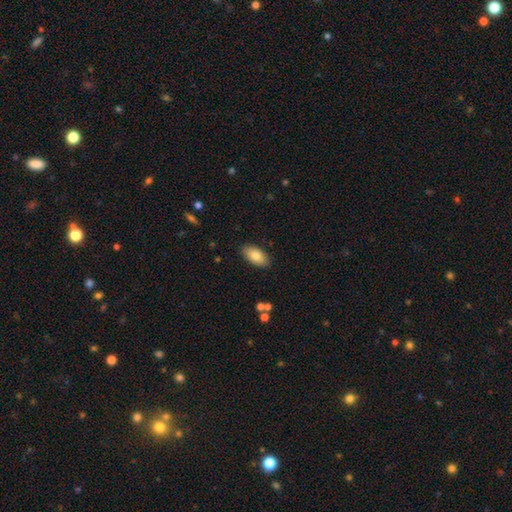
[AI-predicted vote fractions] Smooth or featured? smooth (83%)
How rounded? in between (94%)
Merging? none (87%)